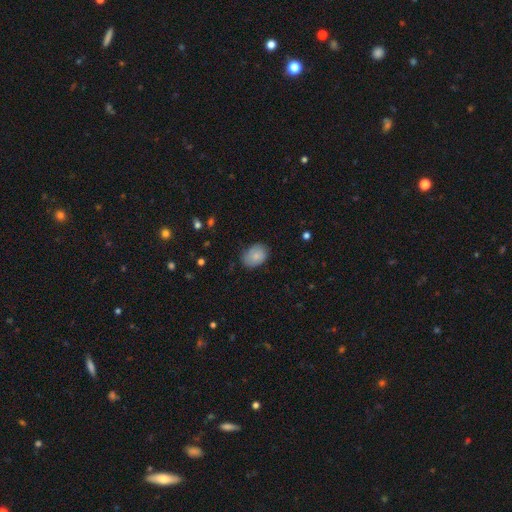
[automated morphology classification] Q: Smooth or featured?
A: smooth (75%); runner-up: featured or disk (17%)
Q: How rounded?
A: in between (74%); runner-up: round (25%)
Q: Merging?
A: none (71%); runner-up: minor disturbance (23%)